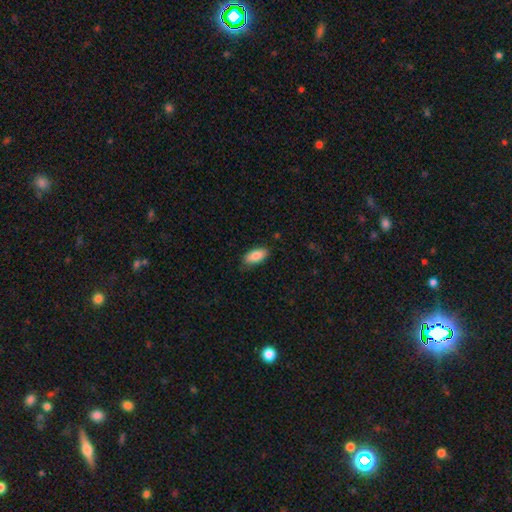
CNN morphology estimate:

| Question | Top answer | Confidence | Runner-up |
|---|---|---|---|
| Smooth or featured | smooth | 85% | featured or disk (8%) |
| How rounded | in between | 90% | cigar-shaped (8%) |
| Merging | none | 81% | minor disturbance (15%) |